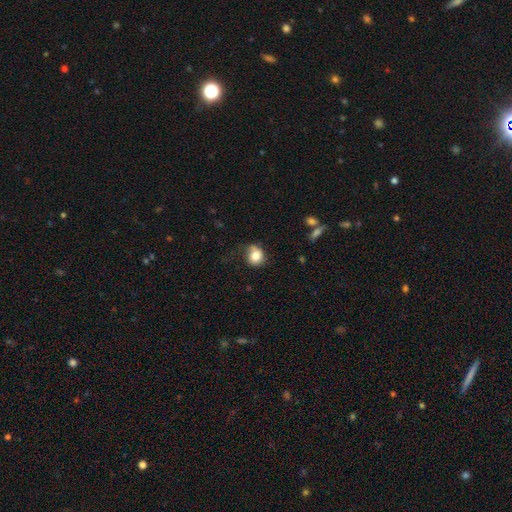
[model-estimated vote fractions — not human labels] This is likely a smooth galaxy (79%). How rounded: likely round (74%). Merging: possibly none (54%).